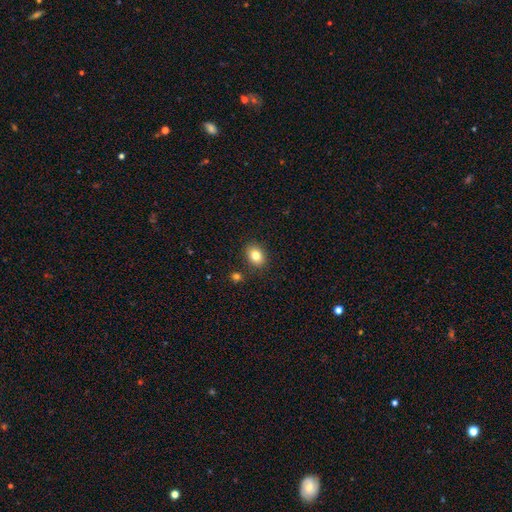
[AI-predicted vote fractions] The model was most divided on "how rounded": in between: 64%, round: 35%, cigar-shaped: 1%. More confident: merging — none (85%); smooth or featured — smooth (82%).